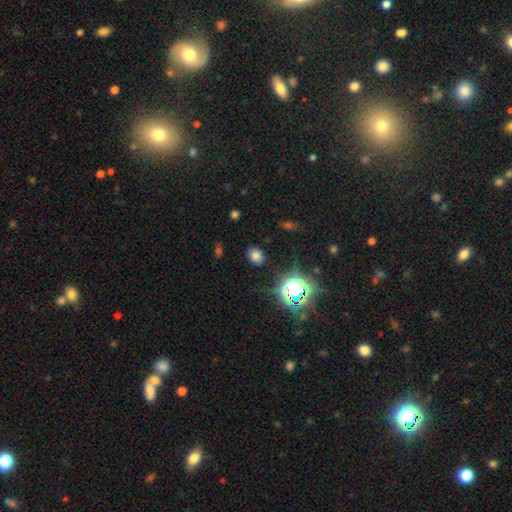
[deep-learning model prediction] Smooth or featured?
  - smooth: 70% *
  - star or artifact: 23%
  - featured or disk: 7%
How rounded?
  - in between: 55% *
  - round: 43%
  - cigar-shaped: 1%
Merging?
  - none: 84% *
  - minor disturbance: 11%
  - major disturbance: 4%
  - merger: 2%